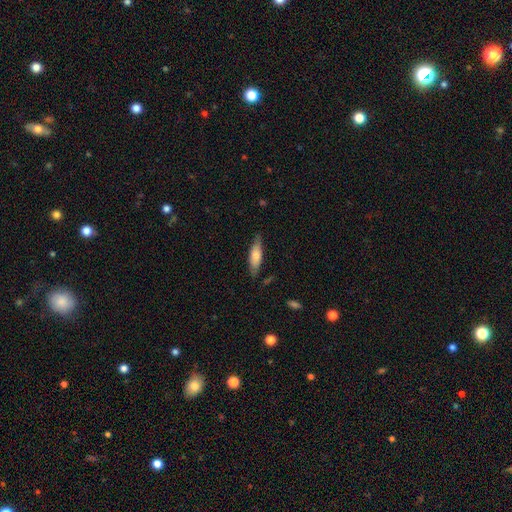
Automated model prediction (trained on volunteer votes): Overall: smooth (67%; featured or disk 27%). How rounded: cigar-shaped (51%; in between 47%). Merging: none (77%).